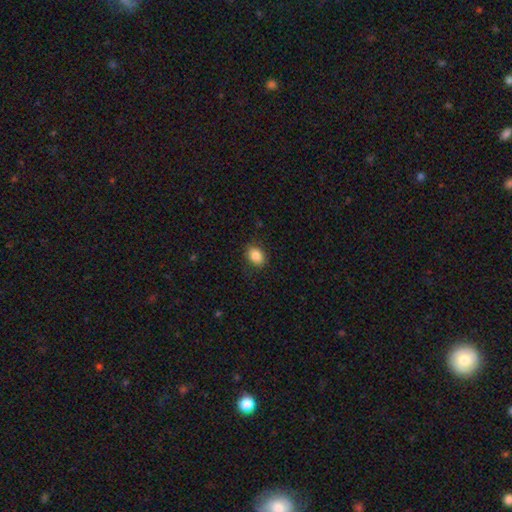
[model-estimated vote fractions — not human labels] A smooth galaxy with no disk features (86%) that is in between round and cigar-shaped (70%).

Vote fractions:
- Smooth or featured? smooth: 86% / star or artifact: 8% / featured or disk: 6%
- How rounded? in between: 70% / round: 29% / cigar-shaped: 1%
- Merging? none: 85% / minor disturbance: 11% / major disturbance: 3% / merger: 1%